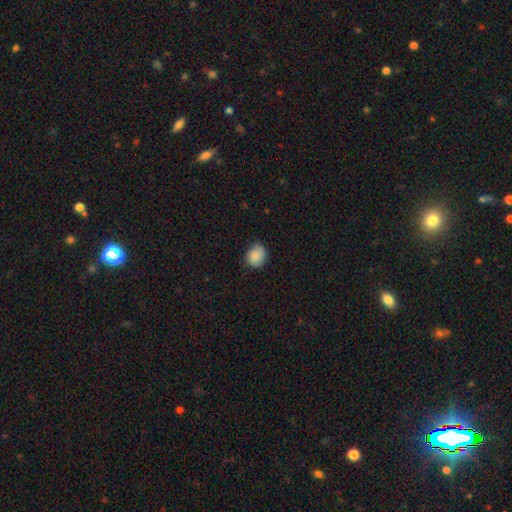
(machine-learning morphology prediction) smooth-or-featured: smooth: 84% | featured or disk: 9% | star or artifact: 8%
  how-rounded: round: 59% | in between: 41% | cigar-shaped: 1%
  merging: none: 59% | minor disturbance: 33% | major disturbance: 6% | merger: 1%